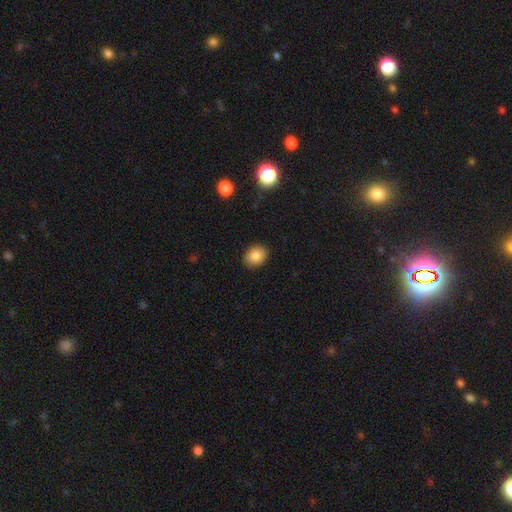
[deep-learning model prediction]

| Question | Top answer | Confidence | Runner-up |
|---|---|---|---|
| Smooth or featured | smooth | 86% | star or artifact (9%) |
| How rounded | in between | 60% | round (39%) |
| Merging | none | 89% | minor disturbance (8%) |